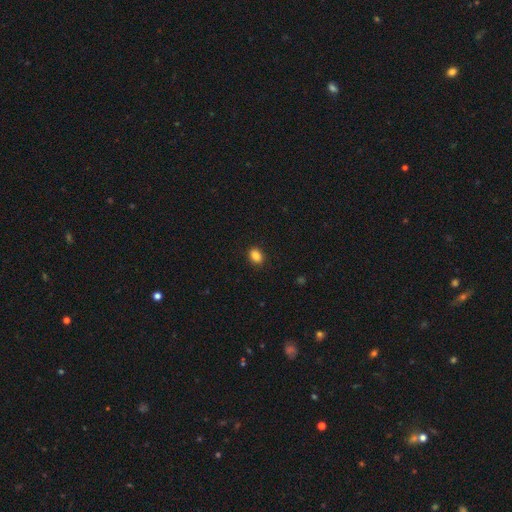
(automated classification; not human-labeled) Q: Smooth or featured?
A: smooth (87%); runner-up: star or artifact (10%)
Q: How rounded?
A: in between (65%); runner-up: round (34%)
Q: Merging?
A: none (89%); runner-up: minor disturbance (8%)